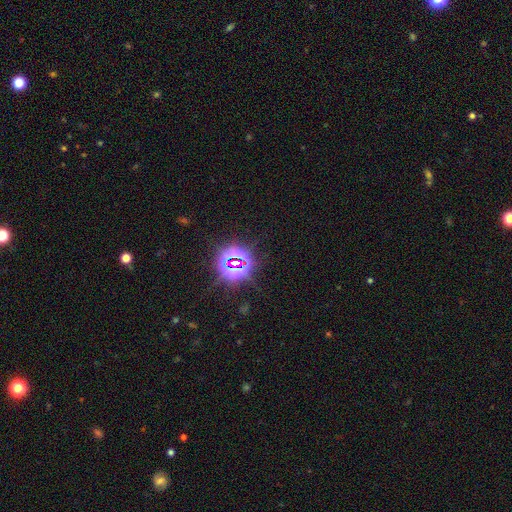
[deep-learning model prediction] smooth_or_featured: star or artifact (p=0.81) [alt: smooth p=0.12]